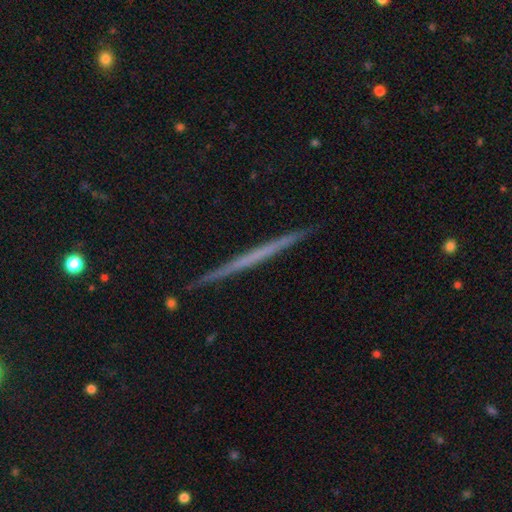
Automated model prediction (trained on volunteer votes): The model was most divided on "smooth or featured": featured or disk: 59%, smooth: 35%, star or artifact: 6%. More confident: edge-on disk — yes (98%); edge-on bulge — none (92%); merging — none (92%).